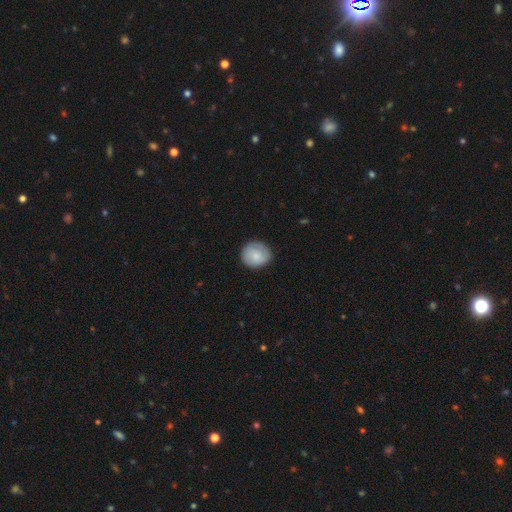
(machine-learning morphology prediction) Smooth or featured?
  - smooth: 79% *
  - featured or disk: 14%
  - star or artifact: 6%
How rounded?
  - round: 86% *
  - in between: 13%
  - cigar-shaped: 1%
Merging?
  - none: 83% *
  - minor disturbance: 13%
  - major disturbance: 3%
  - merger: 1%